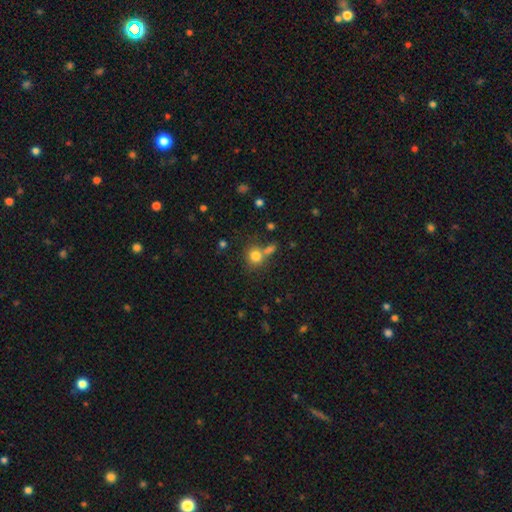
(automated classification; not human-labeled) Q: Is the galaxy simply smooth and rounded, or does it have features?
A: smooth — 80%.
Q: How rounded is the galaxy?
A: round — 80%.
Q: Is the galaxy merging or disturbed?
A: none — 57%.